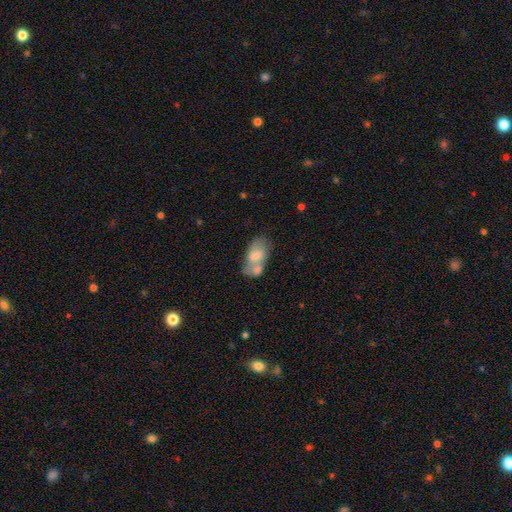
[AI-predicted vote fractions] The model was most divided on "merging": merger: 51%, none: 28%, minor disturbance: 14%, major disturbance: 7%. More confident: how rounded — in between (90%); smooth or featured — smooth (61%).